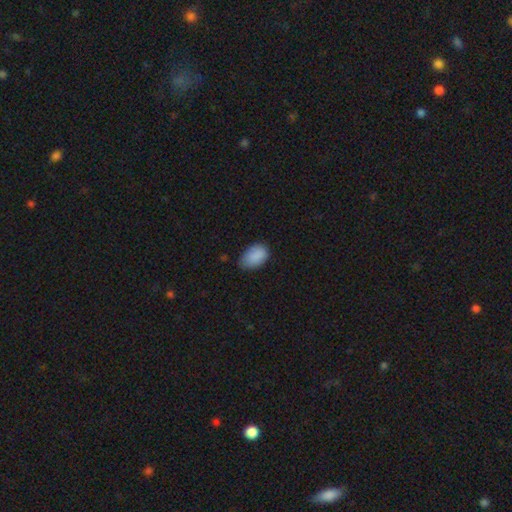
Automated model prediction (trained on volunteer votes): Q: Smooth or featured?
A: smooth (88%); runner-up: star or artifact (7%)
Q: How rounded?
A: in between (90%); runner-up: round (8%)
Q: Merging?
A: none (66%); runner-up: minor disturbance (28%)